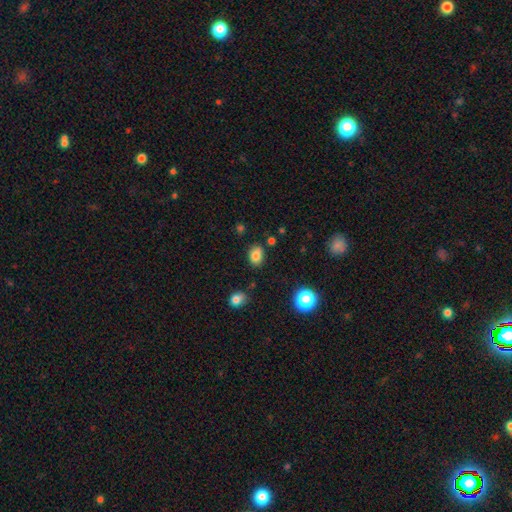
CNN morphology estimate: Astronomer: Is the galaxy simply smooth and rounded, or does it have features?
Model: smooth — 81%.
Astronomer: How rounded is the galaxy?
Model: in between — 69%.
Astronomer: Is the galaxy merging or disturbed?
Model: none — 79%.